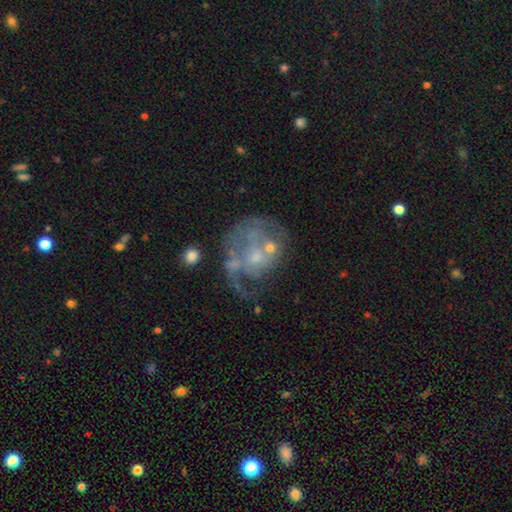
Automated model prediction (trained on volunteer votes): Smooth or featured? Predicted: featured or disk (p=0.69). Edge-on disk? Predicted: no (p=0.98). Bar? Predicted: no (p=0.80). Spiral arms? Predicted: yes (p=0.50, tied with no). Bulge size? Predicted: small (p=0.48). Merging? Predicted: major disturbance (p=0.34).